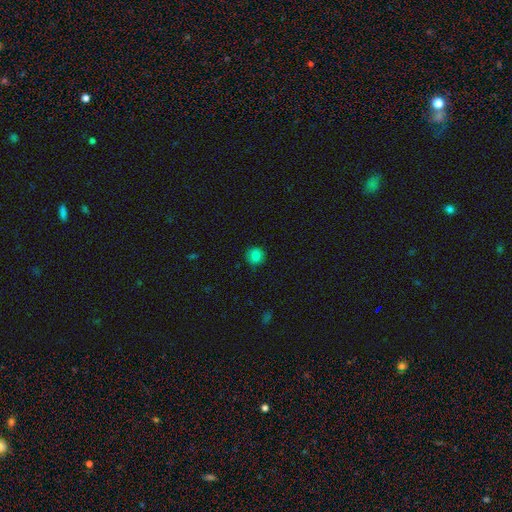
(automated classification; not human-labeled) smooth 83%, star or artifact 12%, featured or disk 6%. Down the decision tree: how rounded — round (90%); merging — none (86%).